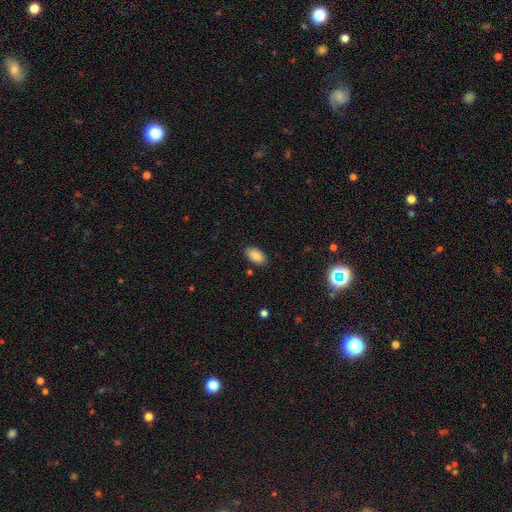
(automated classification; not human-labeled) A smooth galaxy with no disk features (88%) that is in between round and cigar-shaped (94%). Merging: none (86%).